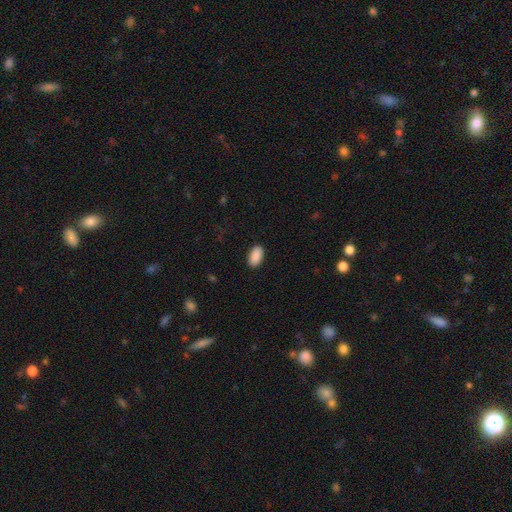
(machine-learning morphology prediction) Smooth or featured? Predicted: smooth (p=0.90). How rounded? Predicted: in between (p=0.94). Merging? Predicted: none (p=0.90).